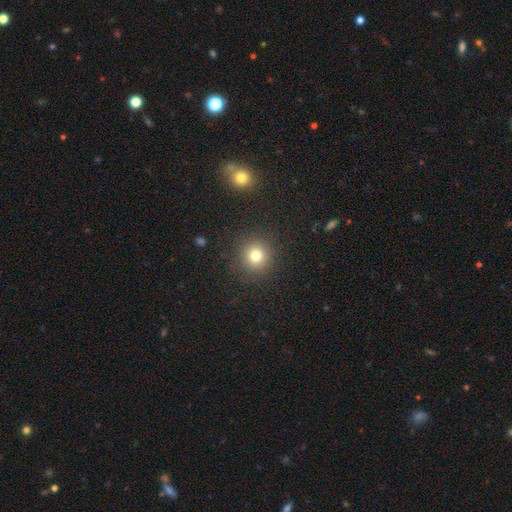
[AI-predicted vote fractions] smooth-or-featured: smooth: 77% | star or artifact: 15% | featured or disk: 8%
  how-rounded: round: 93% | in between: 6% | cigar-shaped: 1%
  merging: none: 90% | minor disturbance: 6% | major disturbance: 3% | merger: 1%